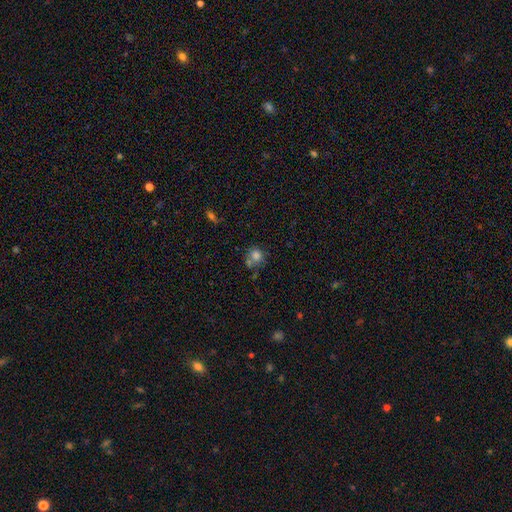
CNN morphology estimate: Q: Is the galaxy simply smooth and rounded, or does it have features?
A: smooth — 77%.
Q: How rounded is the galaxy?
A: round — 83%.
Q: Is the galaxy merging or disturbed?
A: none — 52%.